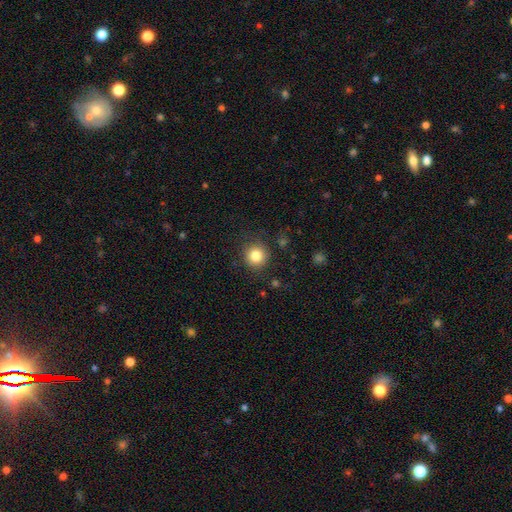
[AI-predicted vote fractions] Q: Smooth or featured?
A: smooth (83%); runner-up: star or artifact (10%)
Q: How rounded?
A: round (93%); runner-up: in between (6%)
Q: Merging?
A: none (88%); runner-up: minor disturbance (8%)